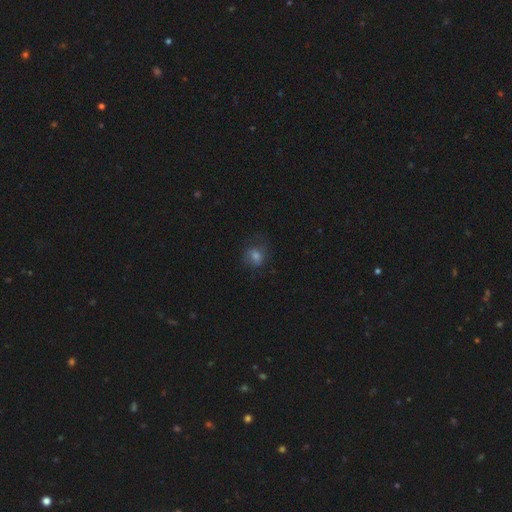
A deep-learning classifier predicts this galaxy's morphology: Smooth or featured?
  - smooth: 61% *
  - star or artifact: 21%
  - featured or disk: 18%
How rounded?
  - round: 70% *
  - in between: 29%
  - cigar-shaped: 1%
Merging?
  - none: 65% *
  - minor disturbance: 20%
  - major disturbance: 14%
  - merger: 1%